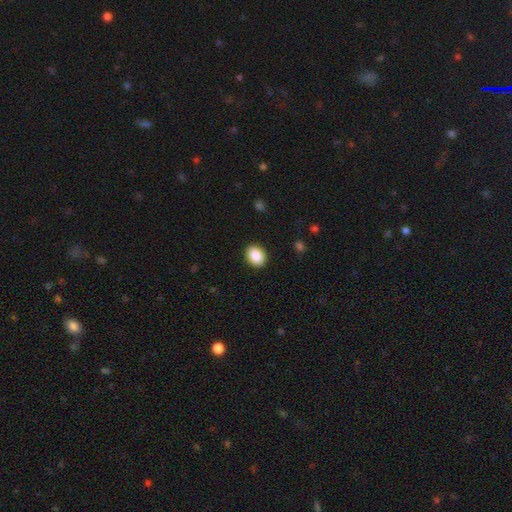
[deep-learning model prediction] A smooth galaxy with no disk features (89%) that is in between round and cigar-shaped (59%). Merging: none (91%).